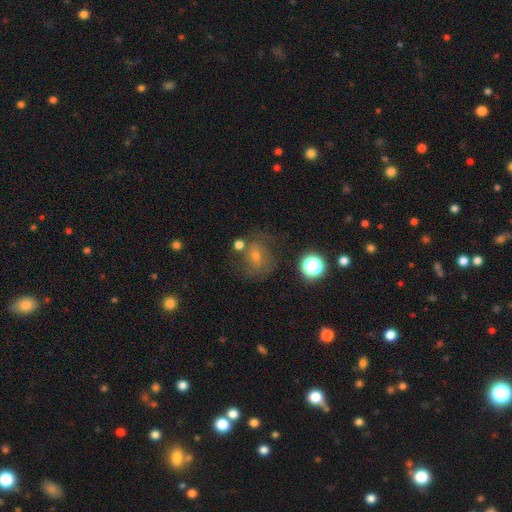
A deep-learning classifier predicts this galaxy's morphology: Smooth or featured? Predicted: featured or disk (p=0.43). Merging? Predicted: none (p=0.62).